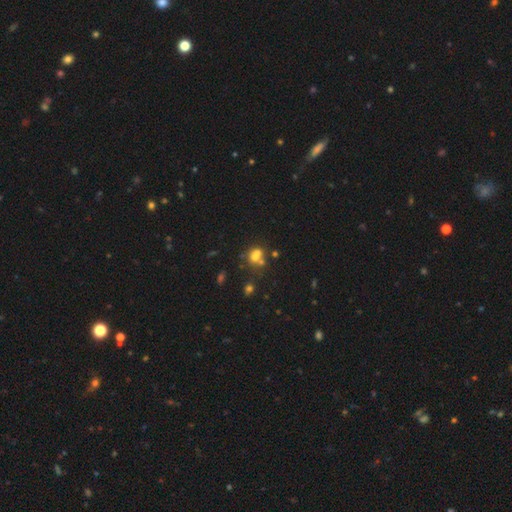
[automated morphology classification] A smooth galaxy with no disk features (62%) that is round (62%). Merging: merger (46%).